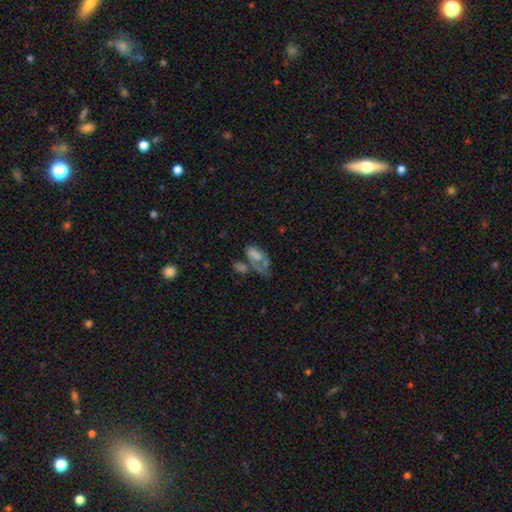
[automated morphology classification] Smooth or featured?
  - smooth: 54% *
  - featured or disk: 33%
  - star or artifact: 13%
How rounded?
  - in between: 89% *
  - round: 6%
  - cigar-shaped: 5%
Merging?
  - merger: 36% *
  - major disturbance: 30%
  - none: 19%
  - minor disturbance: 15%